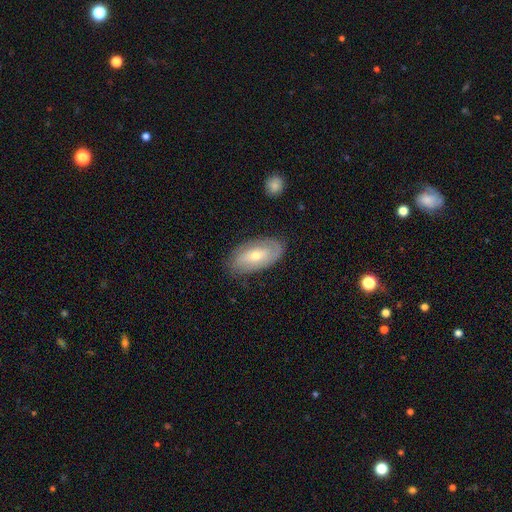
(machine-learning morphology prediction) Smooth or featured? featured or disk (52%)
Edge-on disk? no (88%)
Merging? none (79%)